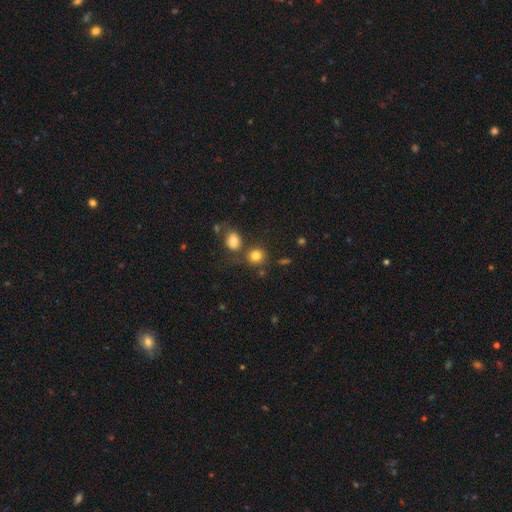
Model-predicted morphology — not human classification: A smooth galaxy with no disk features (80%) that is round (79%).

Vote fractions:
- Smooth or featured? smooth: 80% / star or artifact: 12% / featured or disk: 8%
- How rounded? round: 79% / in between: 20% / cigar-shaped: 1%
- Merging? none: 64% / merger: 21% / minor disturbance: 10% / major disturbance: 4%